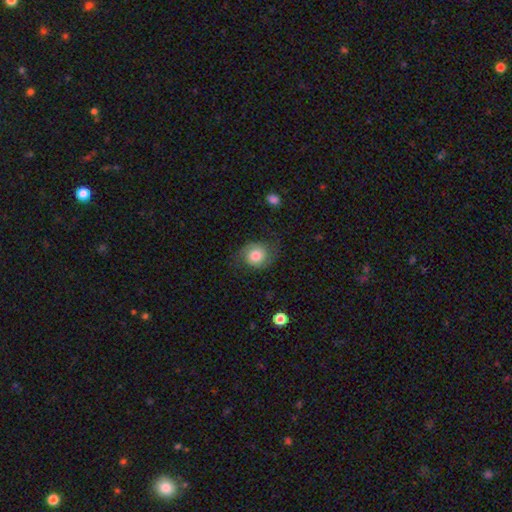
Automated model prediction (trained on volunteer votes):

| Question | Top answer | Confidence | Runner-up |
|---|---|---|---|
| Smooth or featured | smooth | 57% | featured or disk (34%) |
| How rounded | round | 70% | in between (29%) |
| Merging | none | 67% | minor disturbance (21%) |